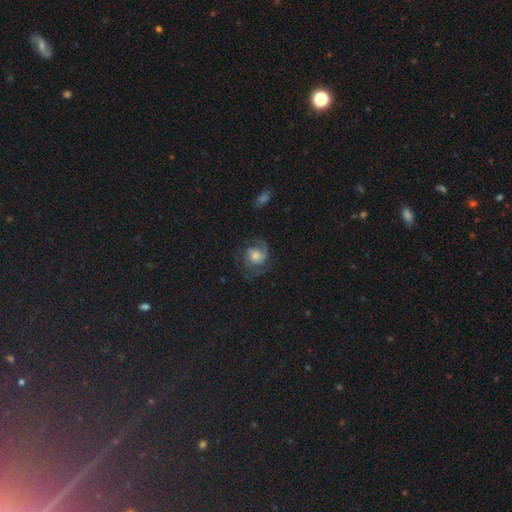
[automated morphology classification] Overall: featured or disk (74%). Edge-on disk: no (98%). Bar: no (68%). Spiral arms: yes (95%). Spiral arm count: 2 (66%). Spiral winding: medium (46%; tight 39%). Bulge size: moderate (52%; small 23%). Merging: none (69%).